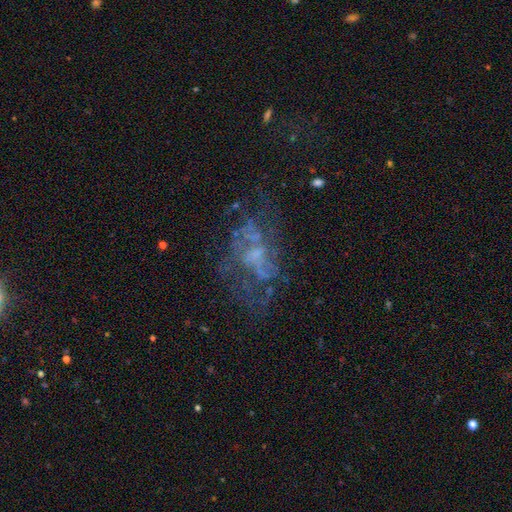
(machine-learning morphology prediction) This is likely a featured or disk galaxy (64%). It is clearly not viewed edge-on (96%). Bar: likely no (73%). Spiral arm pattern: likely no (63%). Central bulge: possibly none (46%). Merging: possibly none (46%).